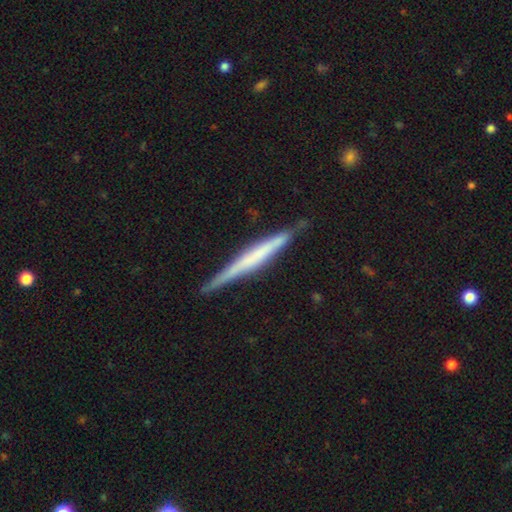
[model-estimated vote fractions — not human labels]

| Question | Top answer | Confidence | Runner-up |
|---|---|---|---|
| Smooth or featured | featured or disk | 62% | smooth (32%) |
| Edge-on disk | yes | 97% | no (3%) |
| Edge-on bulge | none | 55% | boxy (23%) |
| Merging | none | 83% | minor disturbance (13%) |